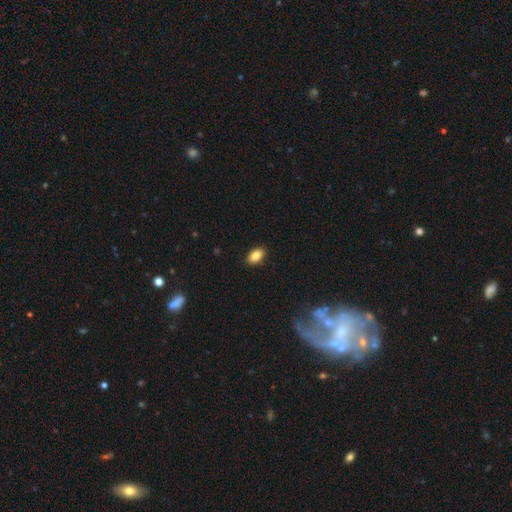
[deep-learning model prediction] A smooth galaxy with no disk features (85%) that is in between round and cigar-shaped (90%). Merging: none (89%).